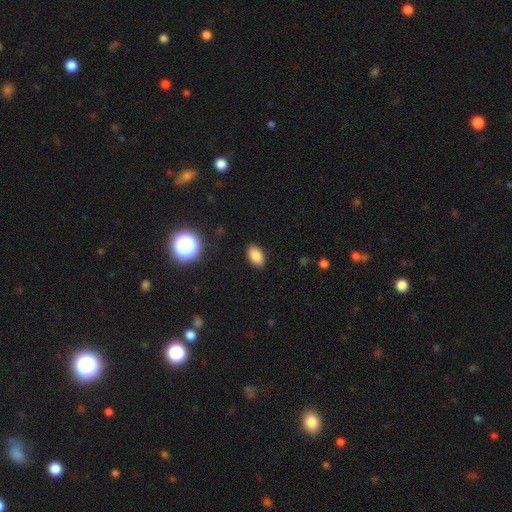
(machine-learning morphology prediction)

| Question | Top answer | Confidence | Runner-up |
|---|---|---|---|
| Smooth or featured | smooth | 85% | star or artifact (10%) |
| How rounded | in between | 91% | round (7%) |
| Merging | none | 89% | minor disturbance (8%) |